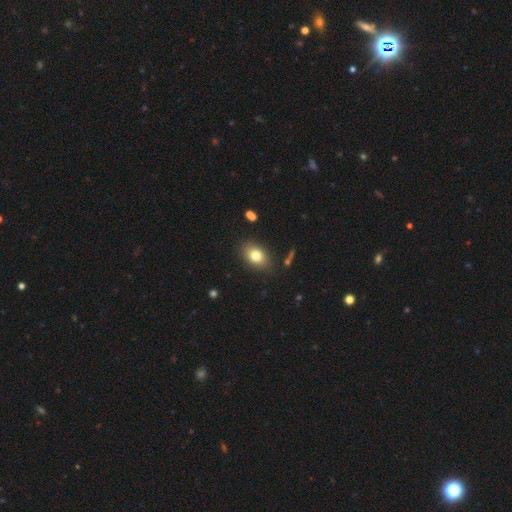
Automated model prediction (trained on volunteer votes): Smooth or featured?
  - smooth: 79% *
  - featured or disk: 11%
  - star or artifact: 10%
How rounded?
  - in between: 76% *
  - round: 22%
  - cigar-shaped: 2%
Merging?
  - none: 84% *
  - minor disturbance: 11%
  - major disturbance: 3%
  - merger: 2%